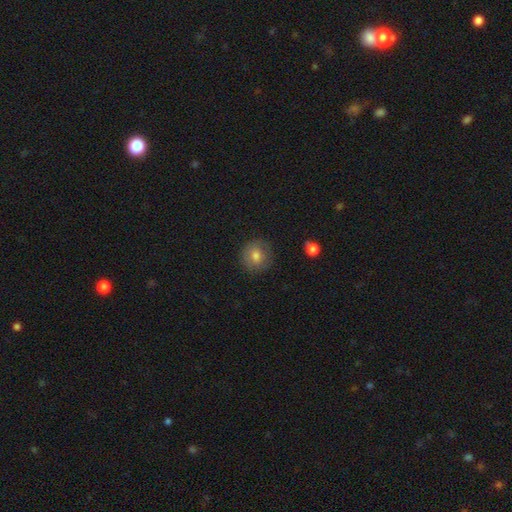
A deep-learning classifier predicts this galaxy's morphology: type=smooth (74%); roundness=round (89%); merging=none (85%).